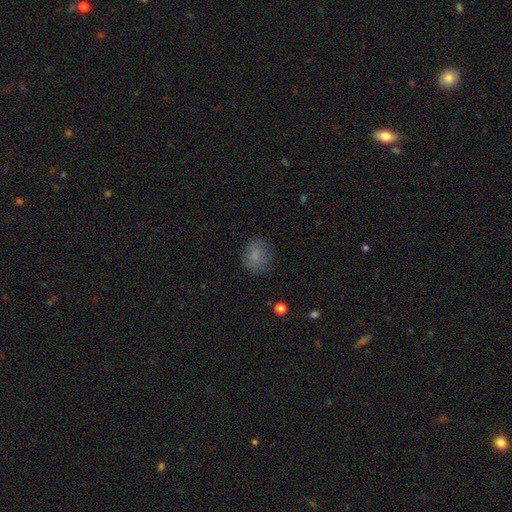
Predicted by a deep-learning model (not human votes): Morphology: type=smooth (79%); roundness=round (66%); merging=none (79%).